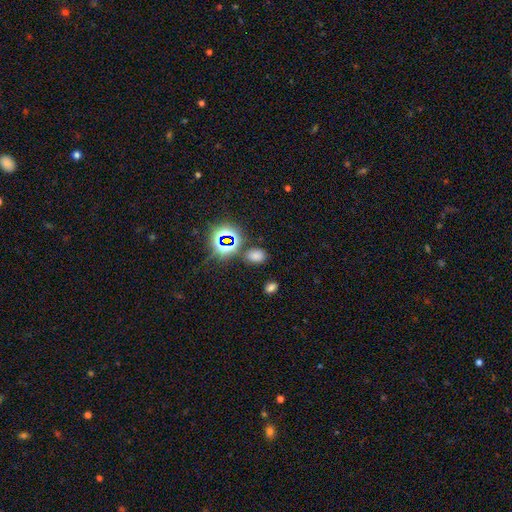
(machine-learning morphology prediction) Smooth or featured? Predicted: smooth (p=0.64). How rounded? Predicted: in between (p=0.72). Merging? Predicted: none (p=0.80).